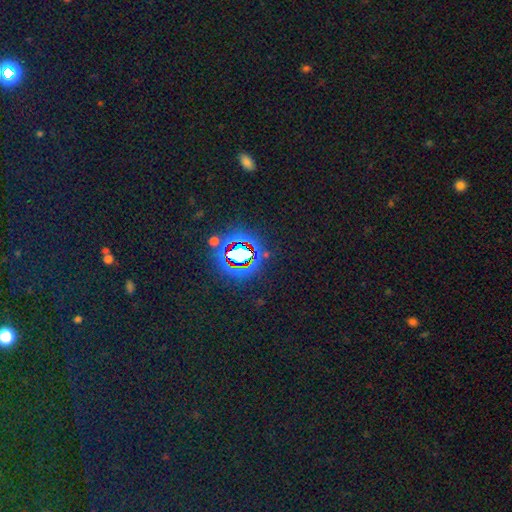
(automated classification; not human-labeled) Smooth or featured: star or artifact — 81% (smooth — 12%)